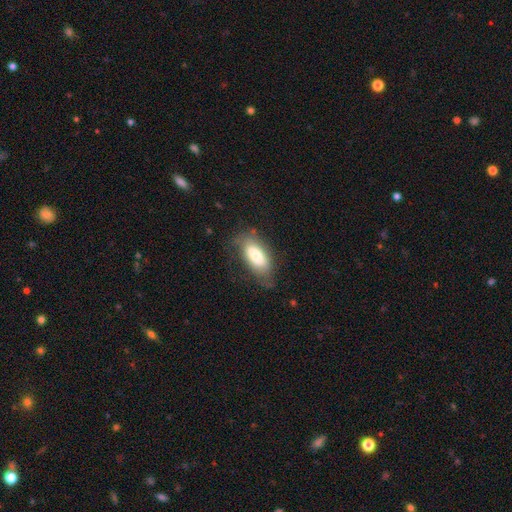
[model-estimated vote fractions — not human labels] Smooth or featured? Predicted: smooth (p=0.72). How rounded? Predicted: in between (p=0.87). Merging? Predicted: none (p=0.59).